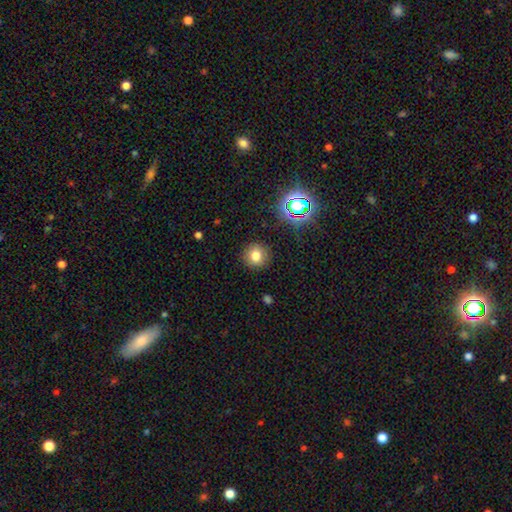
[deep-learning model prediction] Smooth or featured? smooth (76%)
How rounded? round (90%)
Merging? none (90%)